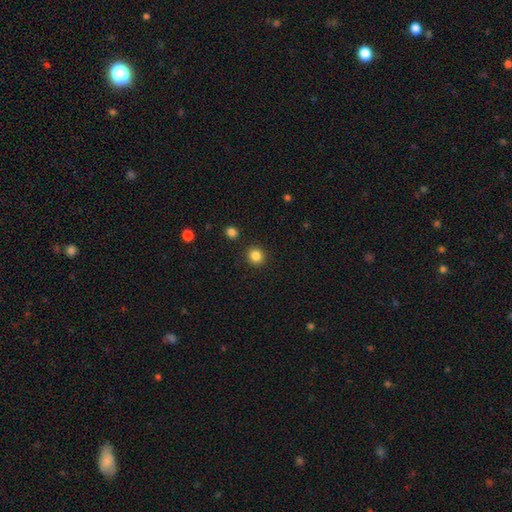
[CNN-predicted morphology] Smooth or featured? Predicted: smooth (p=0.85). How rounded? Predicted: round (p=0.89). Merging? Predicted: none (p=0.91).